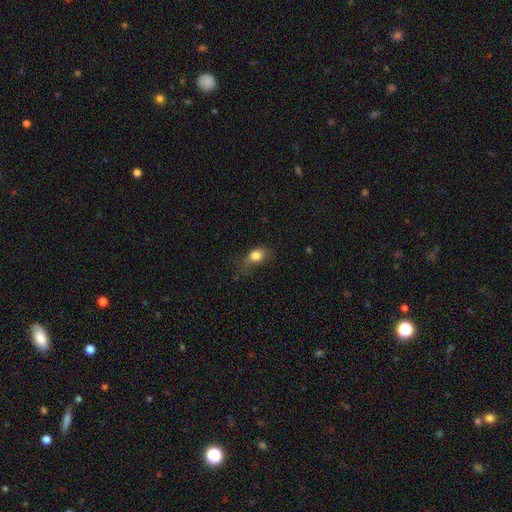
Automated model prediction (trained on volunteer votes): Overall: smooth (79%). How rounded: in between (62%; round 34%). Merging: none (42%; minor disturbance 34%).